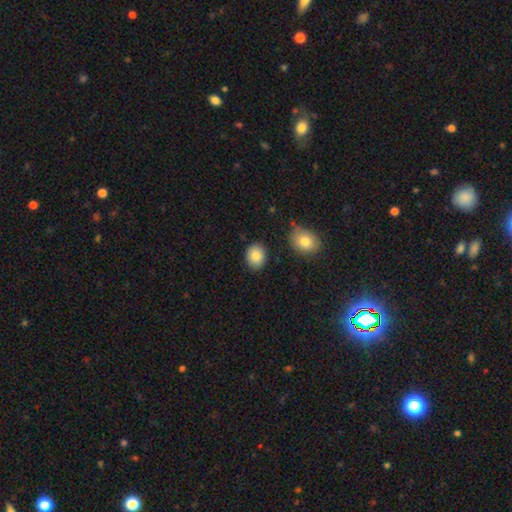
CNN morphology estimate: smooth-or-featured: smooth: 84% | star or artifact: 8% | featured or disk: 7%
  how-rounded: in between: 50% | round: 49% | cigar-shaped: 1%
  merging: none: 85% | minor disturbance: 10% | merger: 3% | major disturbance: 2%